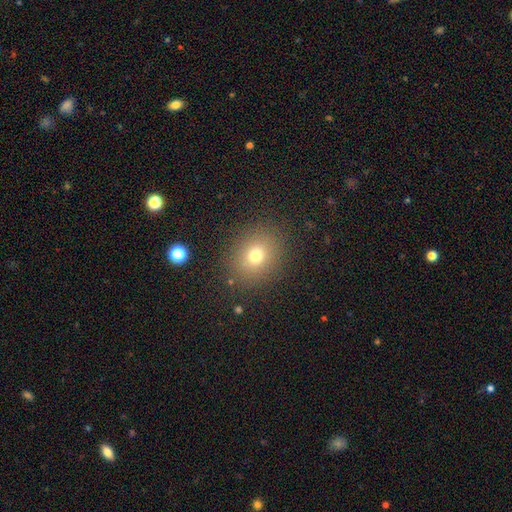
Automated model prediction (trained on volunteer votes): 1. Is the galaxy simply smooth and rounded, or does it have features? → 72% smooth, 16% star or artifact, 11% featured or disk.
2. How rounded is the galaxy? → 66% round, 33% in between, 1% cigar-shaped.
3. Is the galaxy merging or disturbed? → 86% none, 9% minor disturbance, 4% major disturbance, 2% merger.